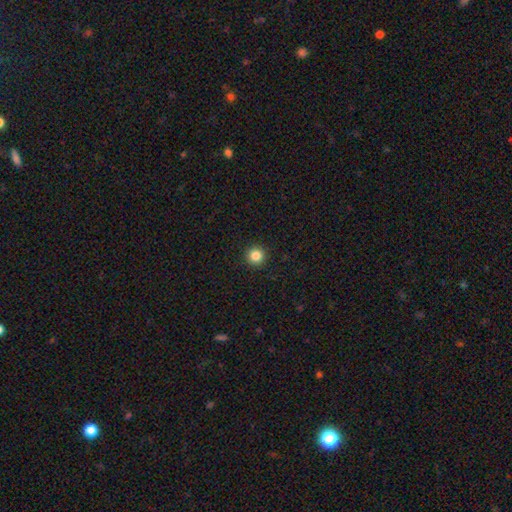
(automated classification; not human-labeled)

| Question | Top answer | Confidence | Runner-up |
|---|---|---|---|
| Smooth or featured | smooth | 84% | star or artifact (12%) |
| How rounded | round | 96% | in between (3%) |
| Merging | none | 93% | minor disturbance (4%) |